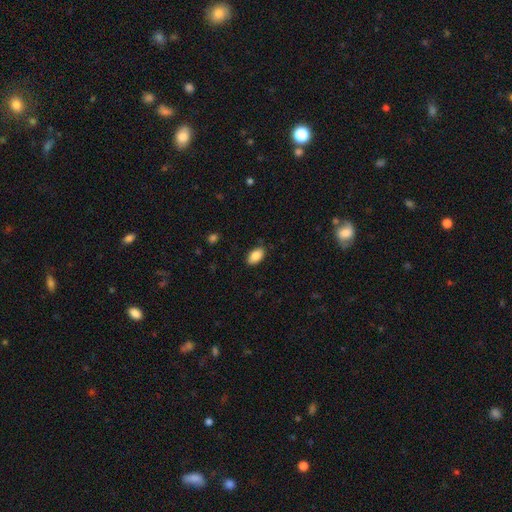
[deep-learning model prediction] Smooth or featured: smooth — 87% (star or artifact — 7%)
How rounded: in between — 93% (round — 4%)
Merging: none — 85% (minor disturbance — 12%)